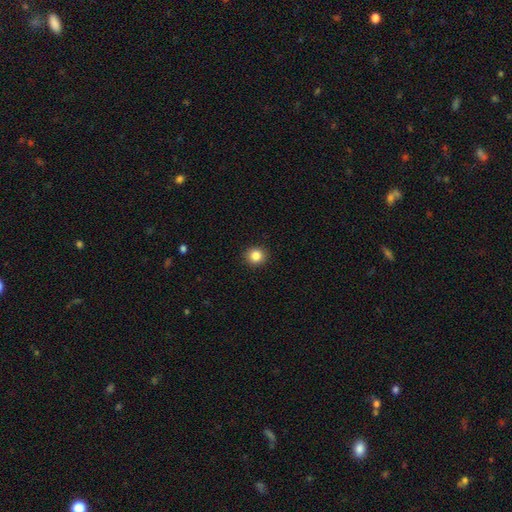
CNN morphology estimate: This is clearly a smooth galaxy (85%). How rounded: clearly round (90%). Merging: clearly none (92%).